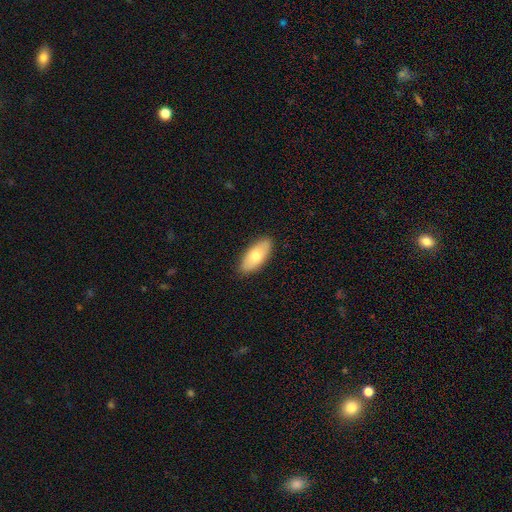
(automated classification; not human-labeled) This appears to be a smooth galaxy with no disk features (74%) that is in between round and cigar-shaped (88%). Merging: none (89%).